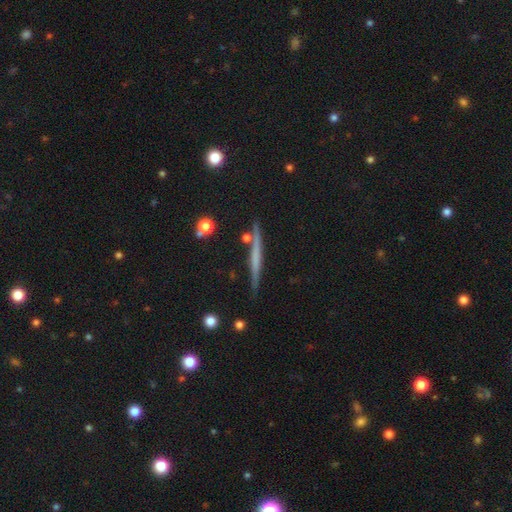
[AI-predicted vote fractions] smooth_or_featured: featured or disk (p=0.54) [alt: smooth p=0.38]
disk_edge_on: yes (p=0.97) [alt: no p=0.03]
edge_on_bulge: none (p=0.84) [alt: rounded p=0.11]
merging: none (p=0.86) [alt: minor disturbance p=0.09]